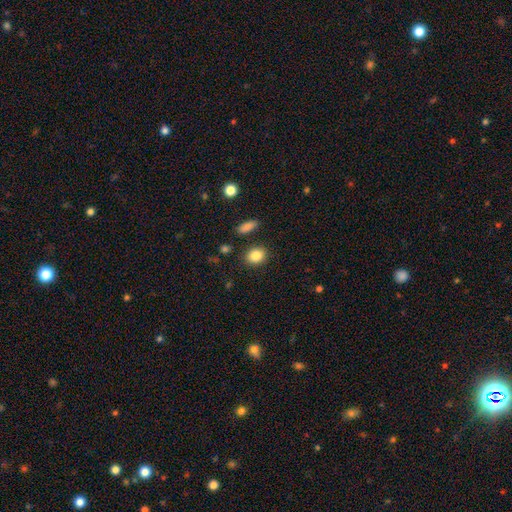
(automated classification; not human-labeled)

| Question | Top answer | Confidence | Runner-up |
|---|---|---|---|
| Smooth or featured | smooth | 86% | star or artifact (9%) |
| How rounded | round | 53% | in between (46%) |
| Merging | none | 86% | minor disturbance (8%) |